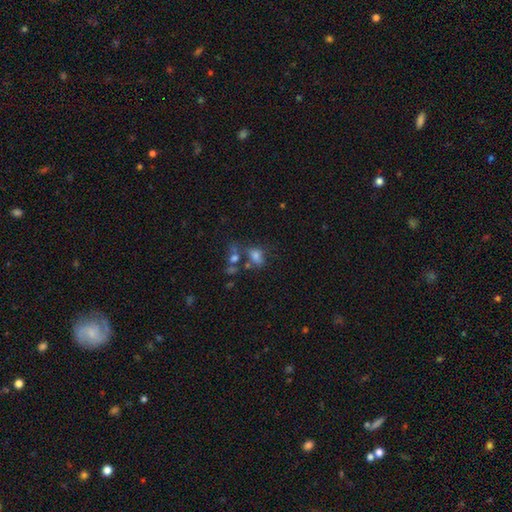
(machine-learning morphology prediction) smooth-or-featured: smooth: 68% | star or artifact: 18% | featured or disk: 14%
  how-rounded: in between: 73% | round: 24% | cigar-shaped: 2%
  merging: none: 41% | merger: 27% | minor disturbance: 17% | major disturbance: 14%